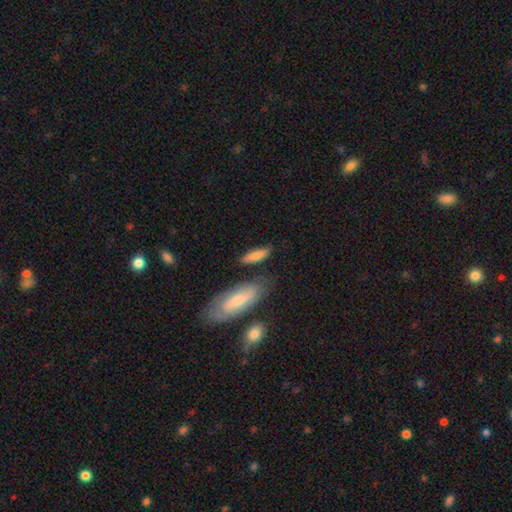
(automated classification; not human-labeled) Smooth or featured: smooth — 78% (featured or disk — 16%)
How rounded: cigar-shaped — 54% (in between — 43%)
Merging: none — 70% (minor disturbance — 17%)